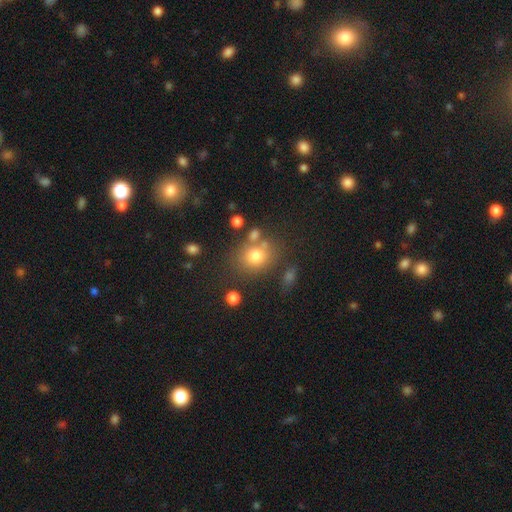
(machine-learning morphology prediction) A smooth galaxy with no disk features (75%) that is round (72%). Merging: none (67%).